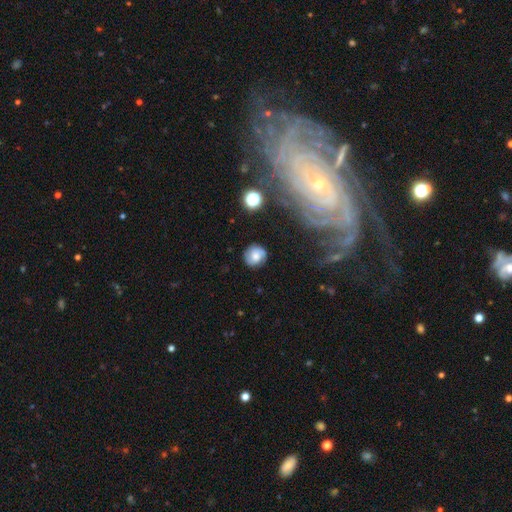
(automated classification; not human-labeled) This appears to be a smooth galaxy with no disk features (60%) that is round (81%). Merging: none (78%).